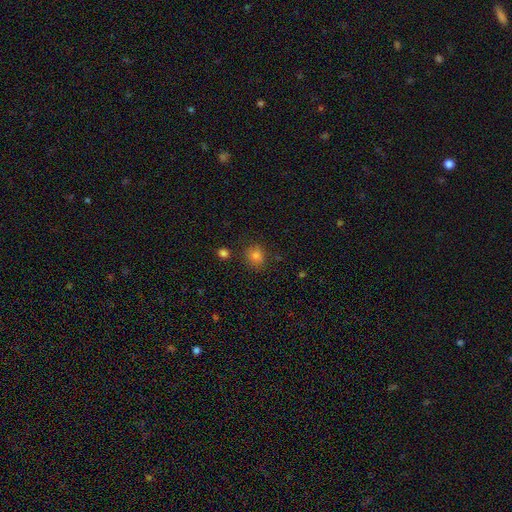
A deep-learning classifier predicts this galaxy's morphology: smooth-or-featured: smooth: 80% | star or artifact: 14% | featured or disk: 6%
  how-rounded: round: 79% | in between: 20% | cigar-shaped: 1%
  merging: none: 82% | minor disturbance: 11% | merger: 4% | major disturbance: 3%